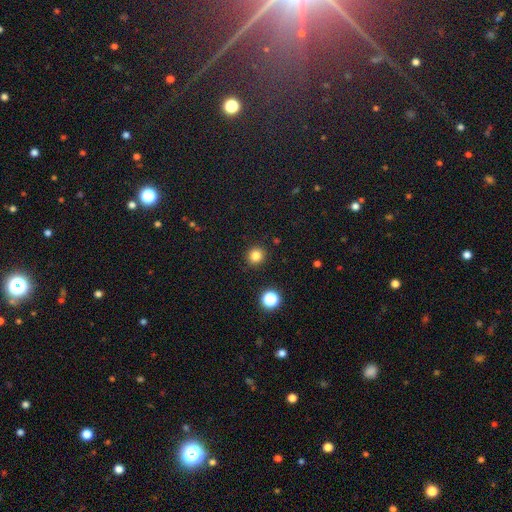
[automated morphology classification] Q: Smooth or featured?
A: smooth (82%); runner-up: star or artifact (13%)
Q: How rounded?
A: round (90%); runner-up: in between (9%)
Q: Merging?
A: none (91%); runner-up: minor disturbance (5%)